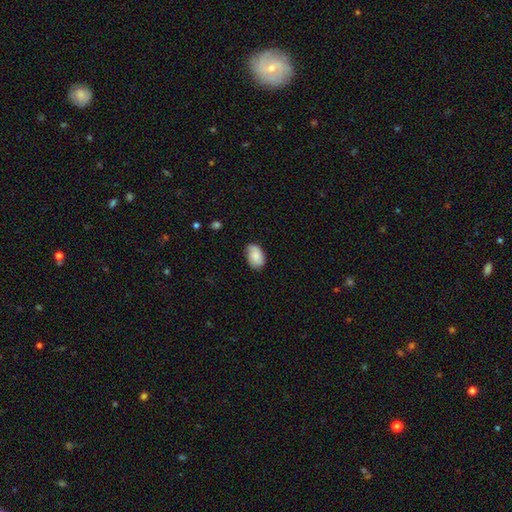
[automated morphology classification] smooth 77%, featured or disk 16%, star or artifact 7%. Down the decision tree: how rounded — in between (87%); merging — none (74%).